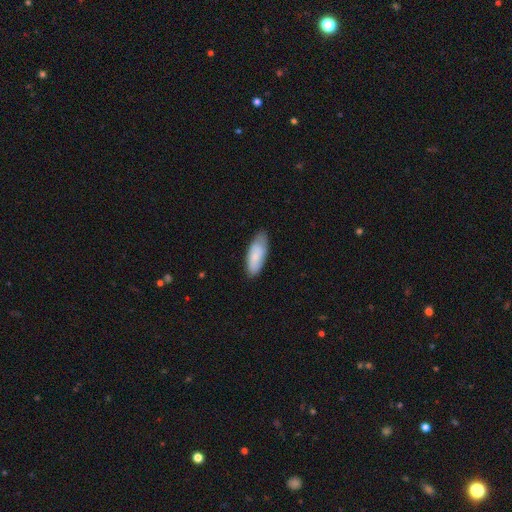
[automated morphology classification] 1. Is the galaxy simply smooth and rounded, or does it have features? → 80% smooth, 14% featured or disk, 6% star or artifact.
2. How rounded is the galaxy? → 76% in between, 22% cigar-shaped, 2% round.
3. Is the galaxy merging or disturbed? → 75% none, 21% minor disturbance, 3% major disturbance, 1% merger.